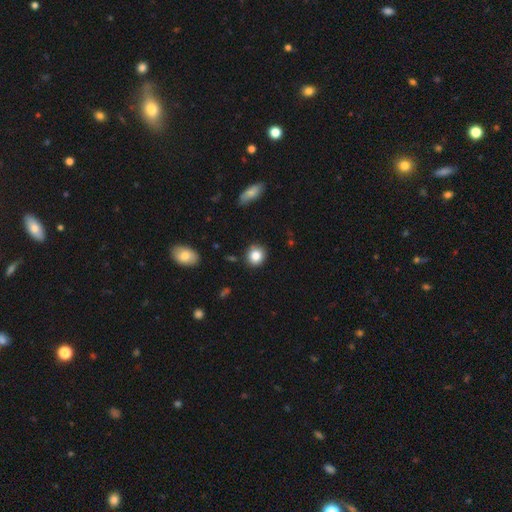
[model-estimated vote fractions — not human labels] smooth-or-featured: smooth: 84% | star or artifact: 10% | featured or disk: 7%
  how-rounded: round: 84% | in between: 15% | cigar-shaped: 1%
  merging: none: 86% | minor disturbance: 10% | major disturbance: 2% | merger: 2%